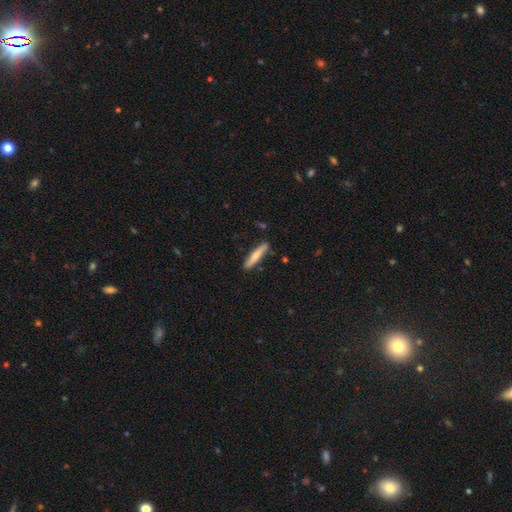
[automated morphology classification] smooth_or_featured: smooth (p=0.70) [alt: featured or disk p=0.24]
how_rounded: cigar-shaped (p=0.91) [alt: in between p=0.08]
merging: none (p=0.85) [alt: minor disturbance p=0.11]